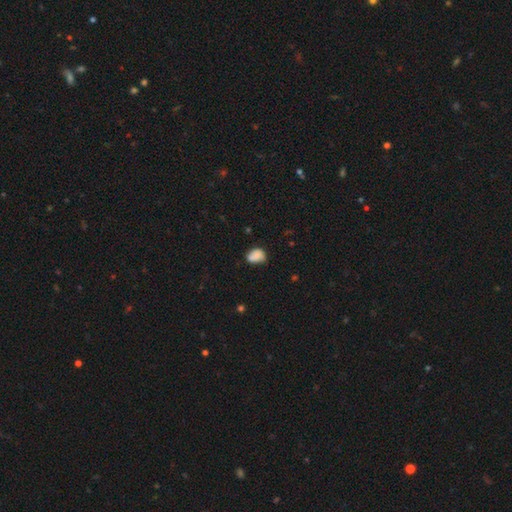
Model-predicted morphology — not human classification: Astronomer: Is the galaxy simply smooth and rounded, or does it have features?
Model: smooth — 79%.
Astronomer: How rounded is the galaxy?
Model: in between — 65%.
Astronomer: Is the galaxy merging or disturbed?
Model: none — 49% (runner-up: minor disturbance, 29%).